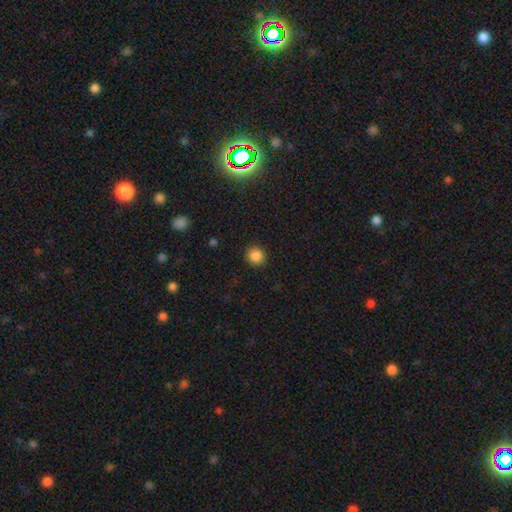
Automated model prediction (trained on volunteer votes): smooth 86%, star or artifact 10%, featured or disk 4%. Down the decision tree: how rounded — round (87%); merging — none (91%).